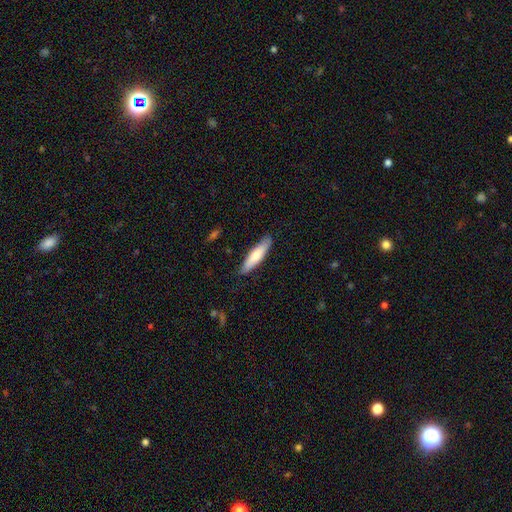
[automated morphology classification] type=smooth (71%); roundness=cigar-shaped (73%); merging=none (86%).